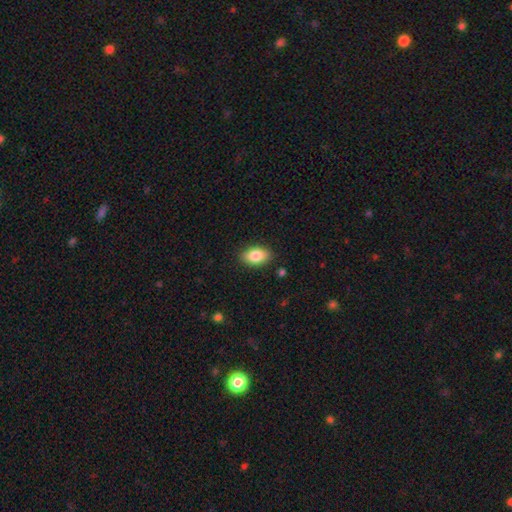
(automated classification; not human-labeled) smooth 84%, featured or disk 9%, star or artifact 7%. Down the decision tree: how rounded — in between (91%); merging — none (87%).